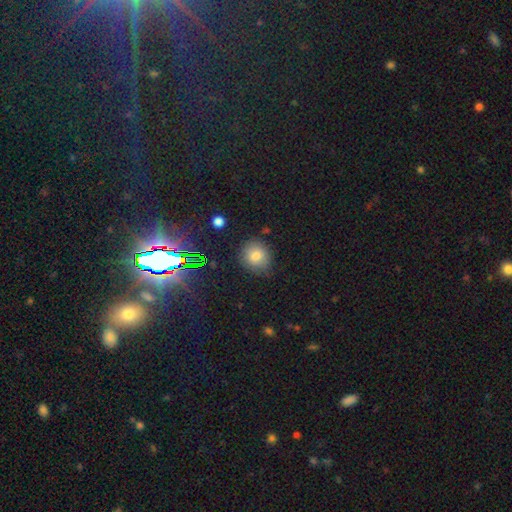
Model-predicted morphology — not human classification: type=smooth (77%); roundness=round (82%); merging=none (78%).